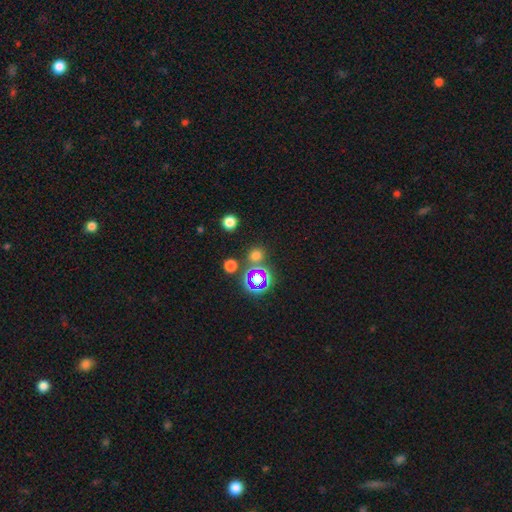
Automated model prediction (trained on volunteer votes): The model was most divided on "smooth or featured": smooth: 57%, star or artifact: 35%, featured or disk: 7%. More confident: how rounded — round (83%); merging — none (74%).